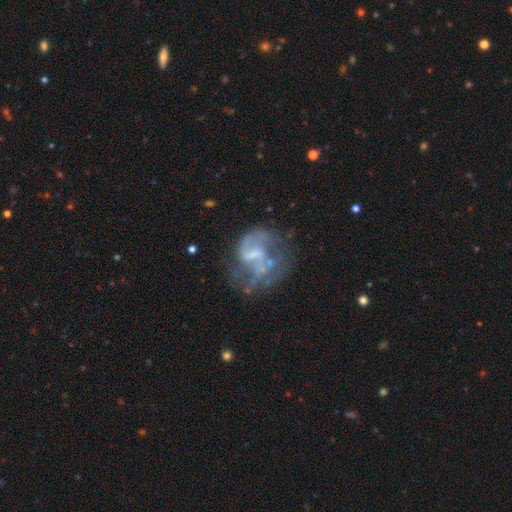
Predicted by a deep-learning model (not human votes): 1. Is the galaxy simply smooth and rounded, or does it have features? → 71% featured or disk, 18% smooth, 11% star or artifact.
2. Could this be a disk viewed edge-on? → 98% no, 2% yes.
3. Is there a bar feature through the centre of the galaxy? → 47% no, 40% weak, 13% strong.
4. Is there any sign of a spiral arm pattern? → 58% yes, 42% no.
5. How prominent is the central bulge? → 46% none, 29% small, 20% moderate, 3% large, 1% dominant.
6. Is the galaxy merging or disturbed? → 39% none, 32% major disturbance, 19% minor disturbance, 10% merger.